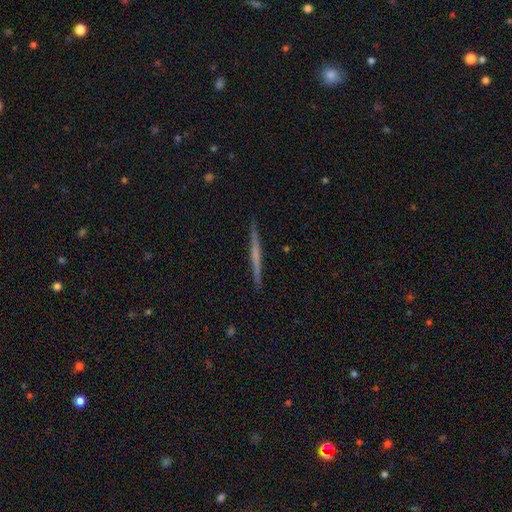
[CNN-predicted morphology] The model was most divided on "smooth or featured": featured or disk: 59%, smooth: 35%, star or artifact: 6%. More confident: edge-on disk — yes (98%); merging — none (92%); edge-on bulge — none (74%).